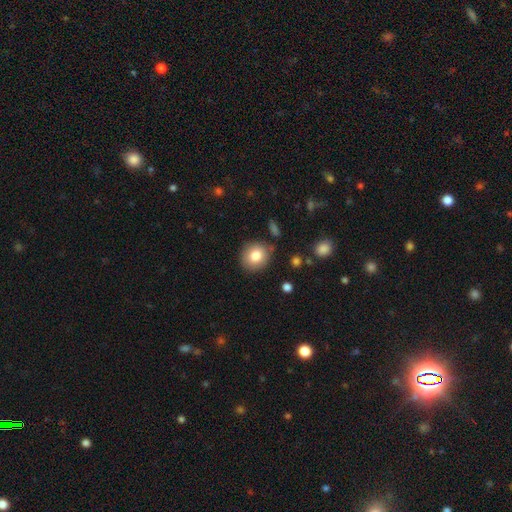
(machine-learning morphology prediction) Smooth or featured: smooth — 82% (featured or disk — 9%)
How rounded: round — 77% (in between — 22%)
Merging: none — 83% (minor disturbance — 11%)